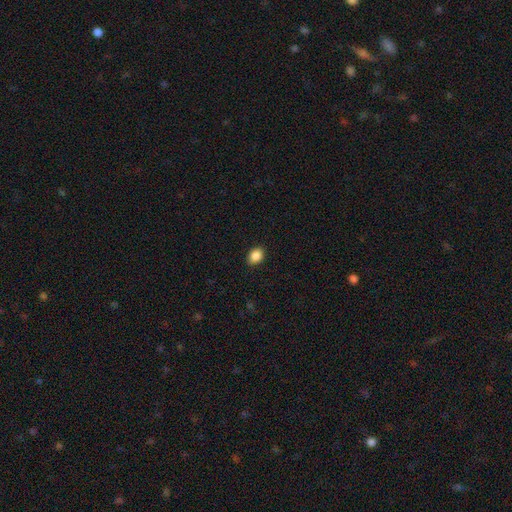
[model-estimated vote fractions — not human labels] Smooth or featured?
  - smooth: 88% *
  - star or artifact: 9%
  - featured or disk: 4%
How rounded?
  - in between: 69% *
  - round: 30%
  - cigar-shaped: 1%
Merging?
  - none: 89% *
  - minor disturbance: 8%
  - major disturbance: 2%
  - merger: 1%